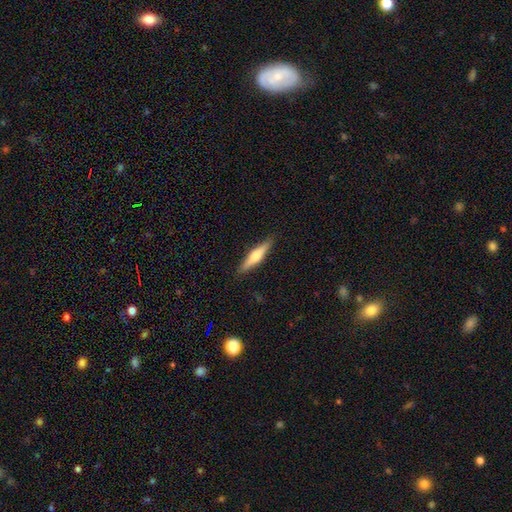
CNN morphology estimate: smooth_or_featured: smooth (p=0.53) [alt: featured or disk p=0.42]
how_rounded: cigar-shaped (p=0.83) [alt: in between p=0.16]
merging: none (p=0.89) [alt: minor disturbance p=0.08]